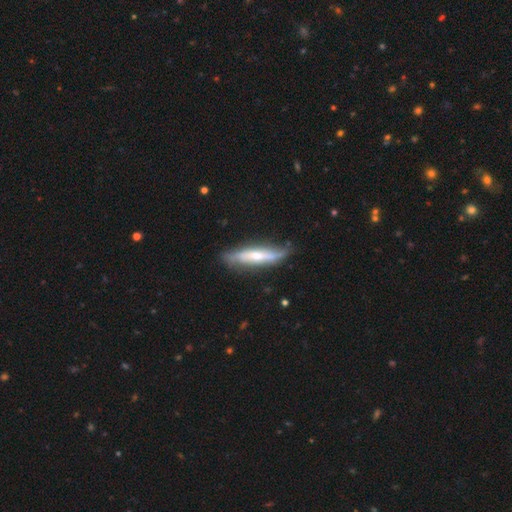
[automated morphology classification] featured or disk 58%, smooth 36%, star or artifact 5%. Down the decision tree: edge-on disk — yes (73%); merging — none (72%).